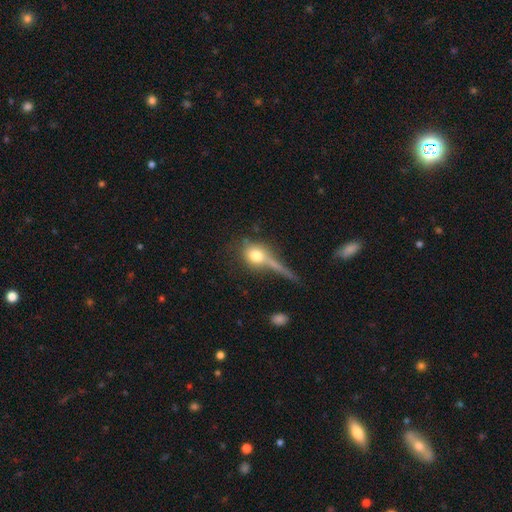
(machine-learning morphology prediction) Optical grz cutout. It shows a smooth galaxy with no disk features (65%) that is round (64%). Merging: none (43%).